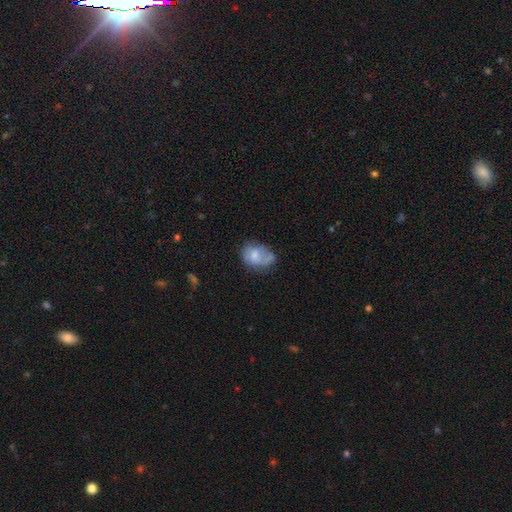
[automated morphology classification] Smooth or featured? Predicted: smooth (p=0.61). How rounded? Predicted: in between (p=0.59). Merging? Predicted: none (p=0.40).